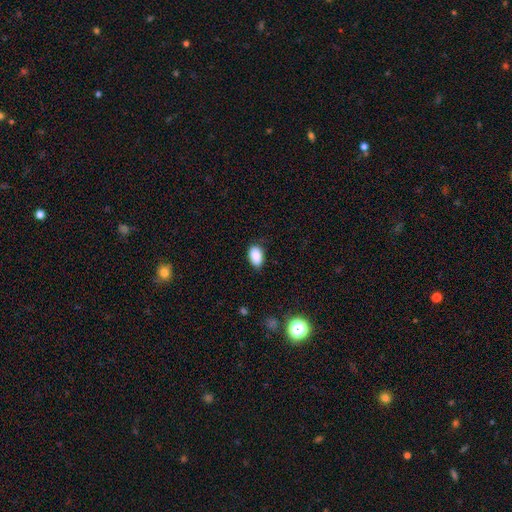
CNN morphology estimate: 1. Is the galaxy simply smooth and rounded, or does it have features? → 89% smooth, 8% star or artifact, 3% featured or disk.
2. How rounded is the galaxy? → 91% in between, 8% round, 1% cigar-shaped.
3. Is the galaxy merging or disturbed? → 77% none, 18% minor disturbance, 3% major disturbance, 1% merger.